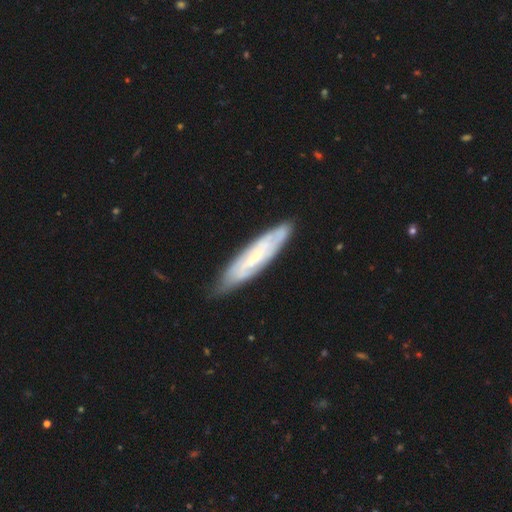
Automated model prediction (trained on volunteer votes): Smooth or featured? Predicted: featured or disk (p=0.60). Edge-on disk? Predicted: no (p=0.56). Merging? Predicted: none (p=0.78).